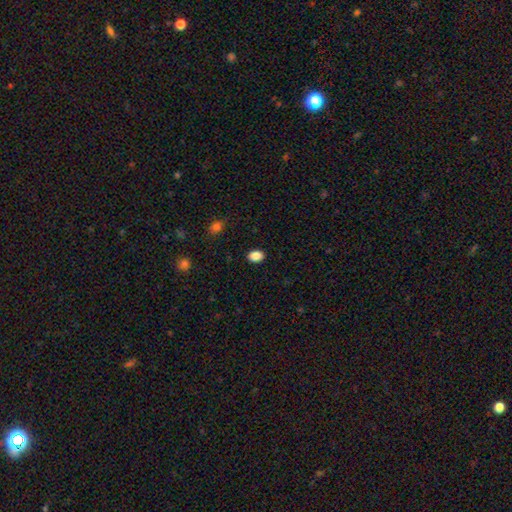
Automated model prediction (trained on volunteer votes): Overall: smooth (88%). How rounded: in between (75%). Merging: none (89%).